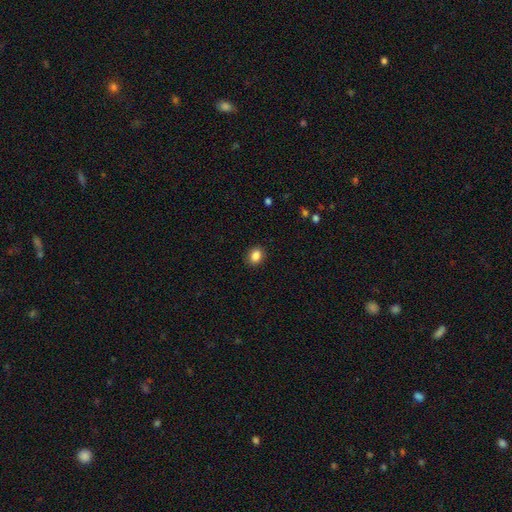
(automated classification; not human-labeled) Q: Smooth or featured?
A: smooth (87%); runner-up: star or artifact (10%)
Q: How rounded?
A: in between (50%); runner-up: round (49%)
Q: Merging?
A: none (89%); runner-up: minor disturbance (8%)